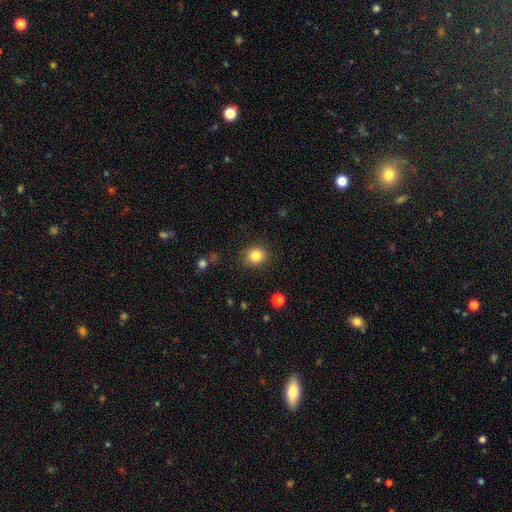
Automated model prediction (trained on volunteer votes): Smooth or featured? Predicted: smooth (p=0.84). How rounded? Predicted: round (p=0.74). Merging? Predicted: none (p=0.87).